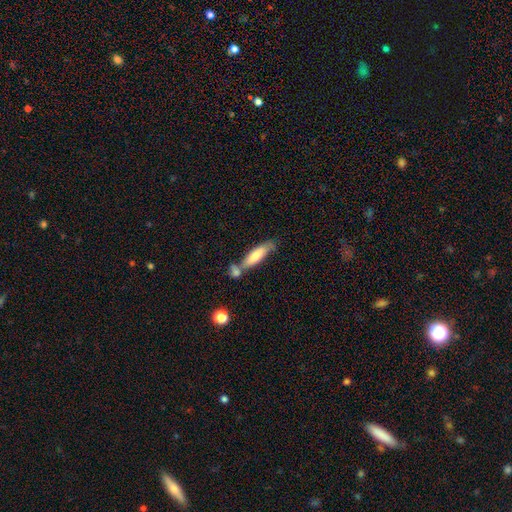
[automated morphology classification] This appears to be a smooth galaxy with no disk features (67%) that is cigar-shaped (66%). Merging: none (48%).